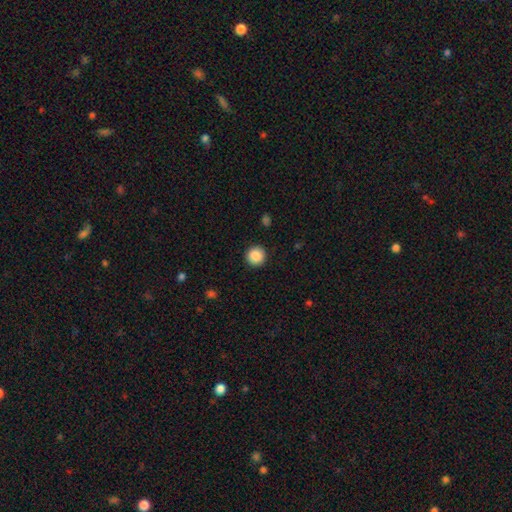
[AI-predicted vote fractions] smooth_or_featured: smooth (p=0.88) [alt: star or artifact p=0.09]
how_rounded: round (p=0.95) [alt: in between p=0.04]
merging: none (p=0.92) [alt: minor disturbance p=0.05]